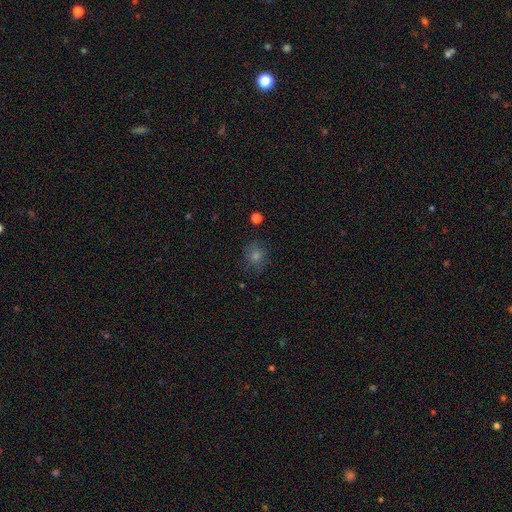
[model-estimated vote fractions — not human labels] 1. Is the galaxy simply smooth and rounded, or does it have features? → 63% smooth, 25% star or artifact, 12% featured or disk.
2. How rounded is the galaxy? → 78% round, 21% in between, 1% cigar-shaped.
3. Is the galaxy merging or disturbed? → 82% none, 12% minor disturbance, 4% major disturbance, 2% merger.